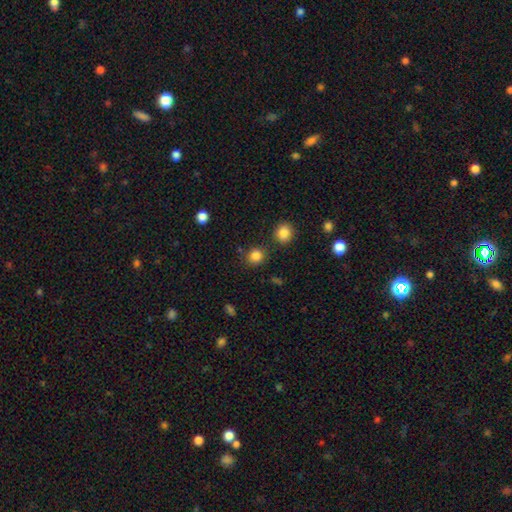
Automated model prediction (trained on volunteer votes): smooth 84%, star or artifact 11%, featured or disk 4%. Down the decision tree: how rounded — round (87%); merging — none (81%).